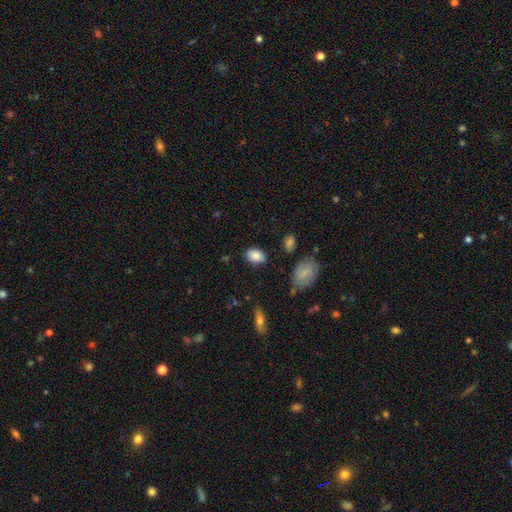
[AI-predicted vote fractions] smooth_or_featured: smooth (p=0.86) [alt: star or artifact p=0.08]
how_rounded: in between (p=0.84) [alt: round p=0.15]
merging: none (p=0.82) [alt: minor disturbance p=0.13]